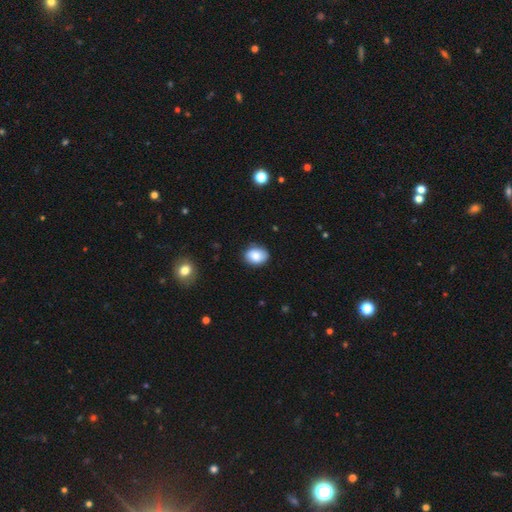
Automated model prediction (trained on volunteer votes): Overall: smooth (83%). How rounded: in between (60%; round 39%). Merging: none (80%).